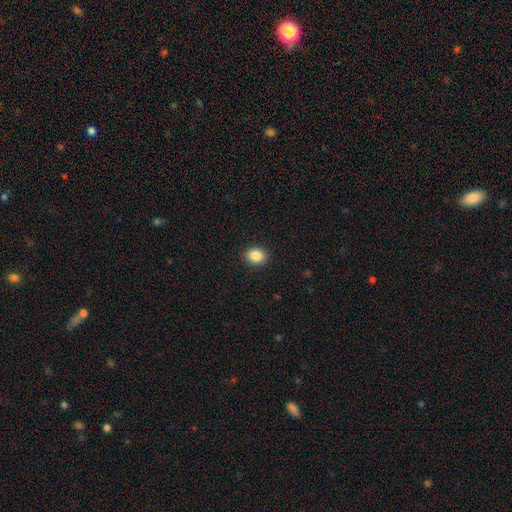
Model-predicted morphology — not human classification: The model was most divided on "how rounded": round: 50%, in between: 49%, cigar-shaped: 1%. More confident: merging — none (91%); smooth or featured — smooth (86%).